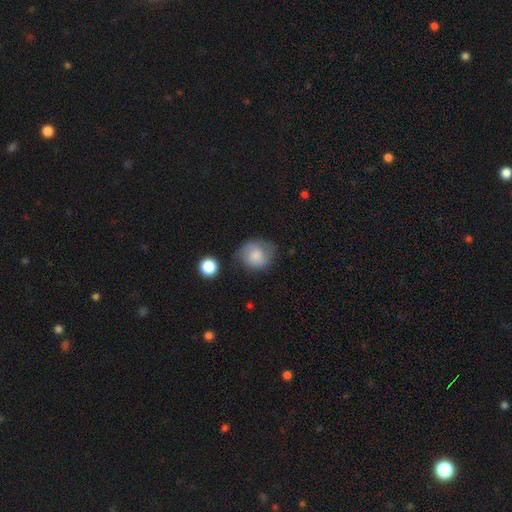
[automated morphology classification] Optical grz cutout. It shows a smooth galaxy with no disk features (73%) that is round (68%). Merging: none (56%).